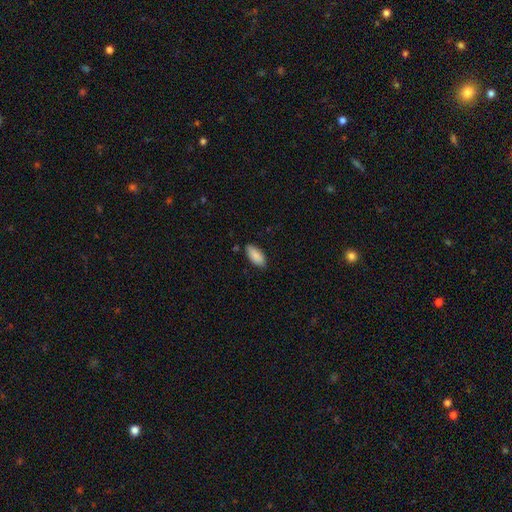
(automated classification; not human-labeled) Overall: smooth (89%). How rounded: in between (89%). Merging: none (83%).